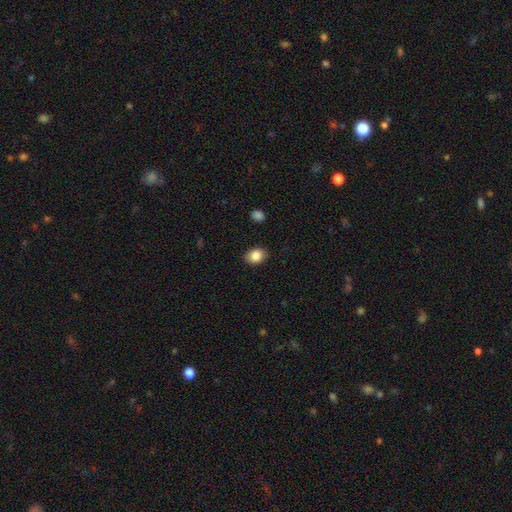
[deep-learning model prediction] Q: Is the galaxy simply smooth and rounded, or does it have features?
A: smooth — 86%.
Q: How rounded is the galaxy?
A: in between — 65%.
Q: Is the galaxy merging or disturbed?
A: none — 87%.